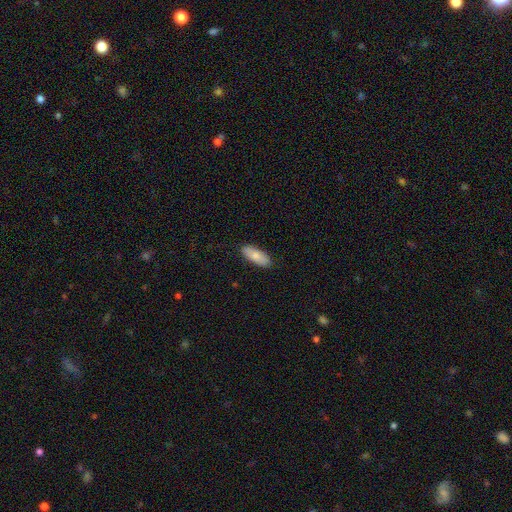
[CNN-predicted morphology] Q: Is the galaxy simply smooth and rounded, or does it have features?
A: smooth — 78%.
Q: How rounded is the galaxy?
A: in between — 74%.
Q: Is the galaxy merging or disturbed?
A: none — 88%.